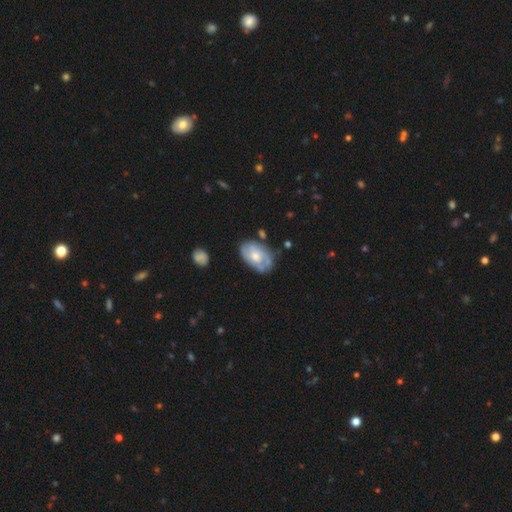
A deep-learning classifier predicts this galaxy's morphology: This is possibly a featured or disk galaxy (53%). It is clearly not viewed edge-on (95%). Bar: likely no (79%). Spiral arm pattern: possibly yes (54%). Central bulge: likely moderate (62%). Merging: likely none (61%).